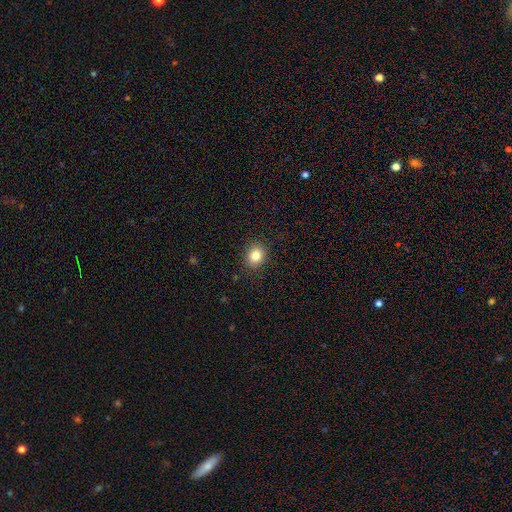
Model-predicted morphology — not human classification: Q: Smooth or featured?
A: smooth (82%); runner-up: star or artifact (11%)
Q: How rounded?
A: round (66%); runner-up: in between (34%)
Q: Merging?
A: none (89%); runner-up: minor disturbance (7%)